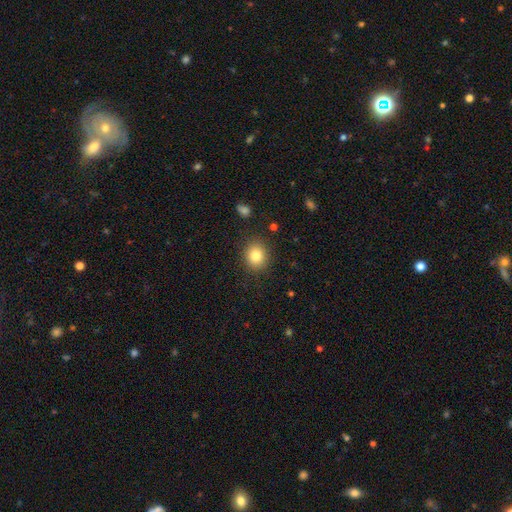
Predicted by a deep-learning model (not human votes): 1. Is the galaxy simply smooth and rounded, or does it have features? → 82% smooth, 10% star or artifact, 8% featured or disk.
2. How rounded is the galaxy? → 74% round, 26% in between, 1% cigar-shaped.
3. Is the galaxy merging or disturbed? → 87% none, 8% minor disturbance, 3% major disturbance, 1% merger.